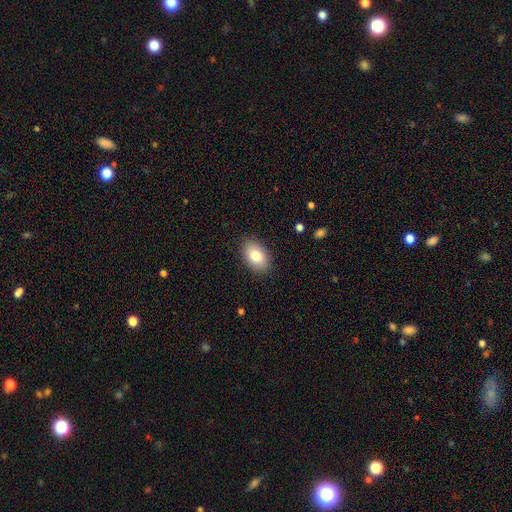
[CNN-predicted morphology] The model was most divided on "smooth or featured": smooth: 81%, featured or disk: 11%, star or artifact: 8%. More confident: how rounded — in between (88%); merging — none (87%).